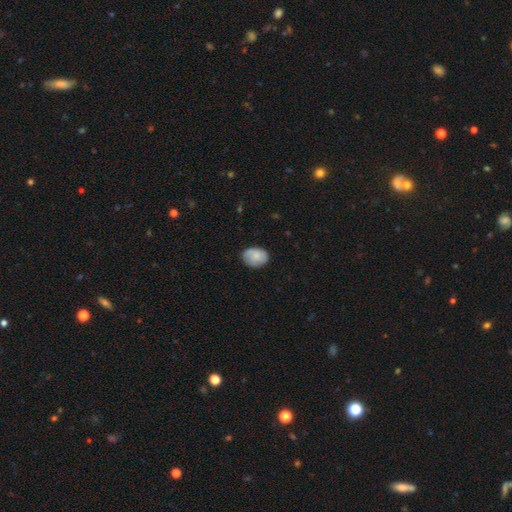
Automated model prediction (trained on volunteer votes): Smooth or featured? Predicted: smooth (p=0.77). How rounded? Predicted: in between (p=0.70). Merging? Predicted: none (p=0.76).